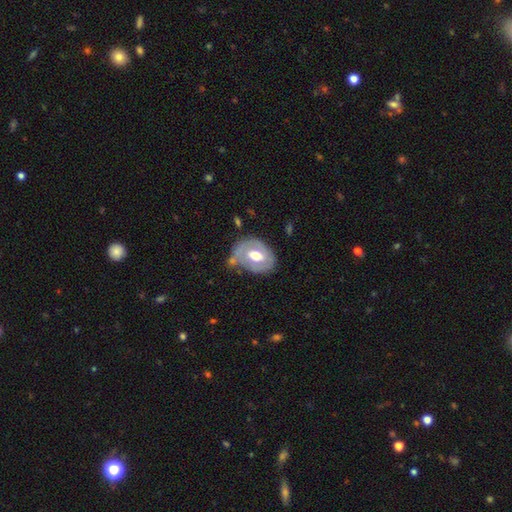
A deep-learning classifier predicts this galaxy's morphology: Smooth or featured: featured or disk — 56% (smooth — 38%)
Edge-on disk: no — 94% (yes — 6%)
Bar: no — 50% (weak — 37%)
Spiral arms: no — 59% (yes — 41%)
Bulge size: moderate — 68% (large — 23%)
Merging: none — 53% (minor disturbance — 28%)